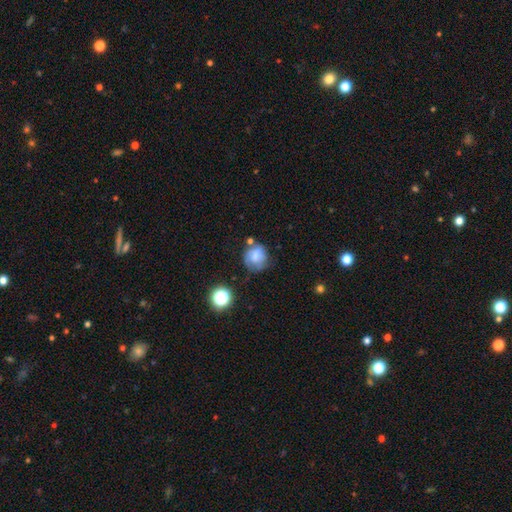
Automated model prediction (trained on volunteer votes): smooth-or-featured: smooth: 62% | featured or disk: 26% | star or artifact: 12%
  how-rounded: round: 78% | in between: 21% | cigar-shaped: 1%
  merging: none: 54% | minor disturbance: 26% | major disturbance: 11% | merger: 9%